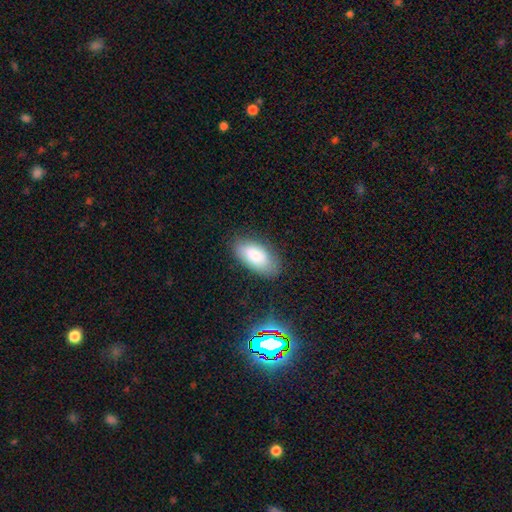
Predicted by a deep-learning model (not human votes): Q: Smooth or featured?
A: smooth (83%); runner-up: featured or disk (10%)
Q: How rounded?
A: in between (93%); runner-up: cigar-shaped (5%)
Q: Merging?
A: none (79%); runner-up: minor disturbance (15%)